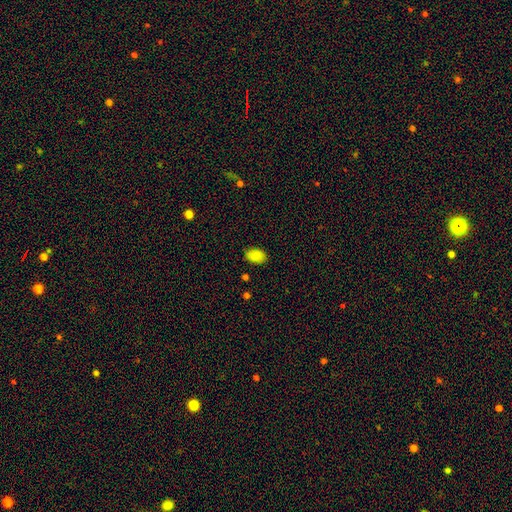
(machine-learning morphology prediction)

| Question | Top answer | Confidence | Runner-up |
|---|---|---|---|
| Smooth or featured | smooth | 87% | star or artifact (9%) |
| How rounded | in between | 86% | round (13%) |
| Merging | none | 85% | minor disturbance (11%) |